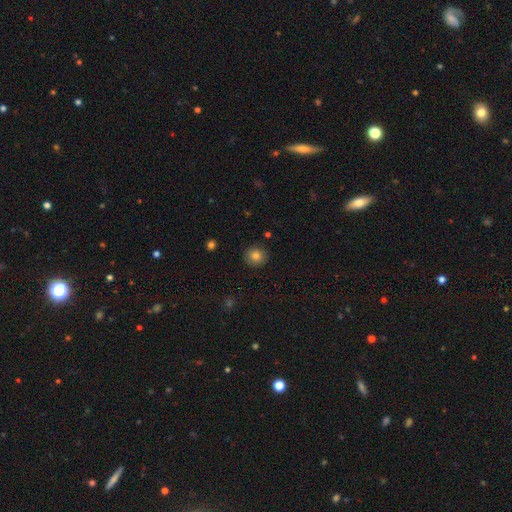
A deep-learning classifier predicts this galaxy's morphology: A smooth galaxy with no disk features (81%) that is round (90%). Merging: none (89%).